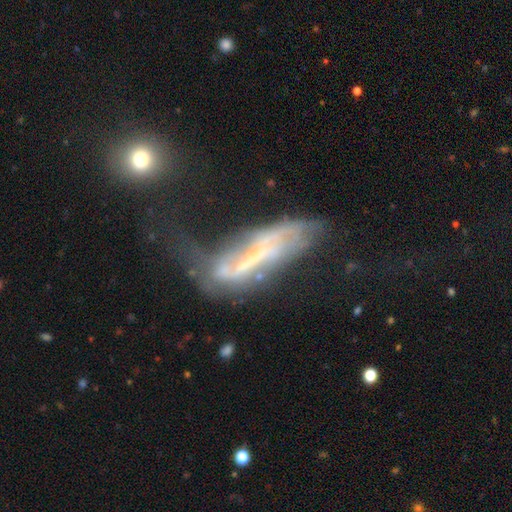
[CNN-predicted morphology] Smooth or featured? featured or disk (64%)
Edge-on disk? no (72%)
Merging? major disturbance (46%)